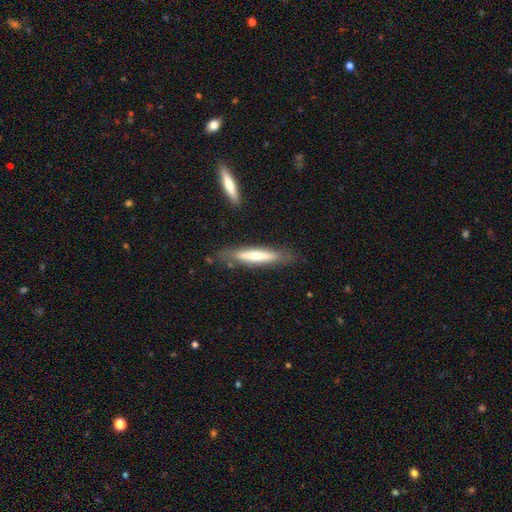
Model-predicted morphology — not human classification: Smooth or featured: smooth — 52% (featured or disk — 43%)
How rounded: cigar-shaped — 87% (in between — 12%)
Merging: none — 77% (minor disturbance — 16%)